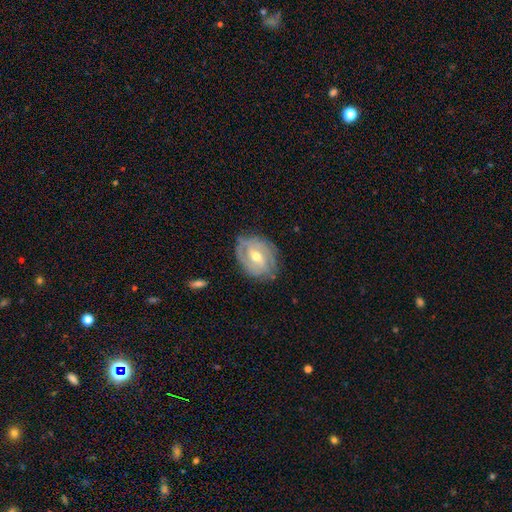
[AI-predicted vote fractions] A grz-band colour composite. It shows a featured or disk galaxy (80%) with a weak bar (51%), 2 (43%) tight (60%) spiral arms (90%) and a moderate central bulge (64%). Merging: none (72%).